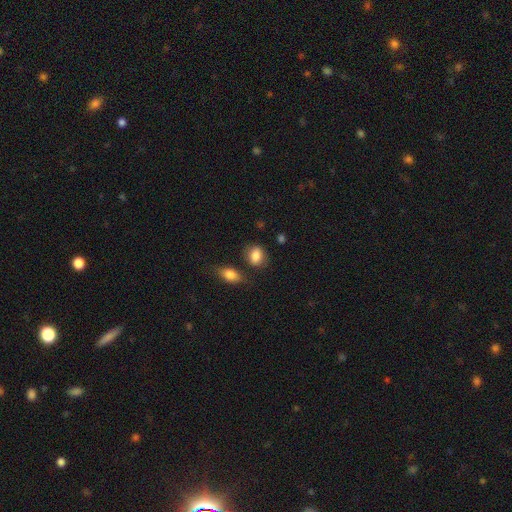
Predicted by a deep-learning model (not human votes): A smooth galaxy with no disk features (84%) that is in between round and cigar-shaped (66%). Merging: none (71%).